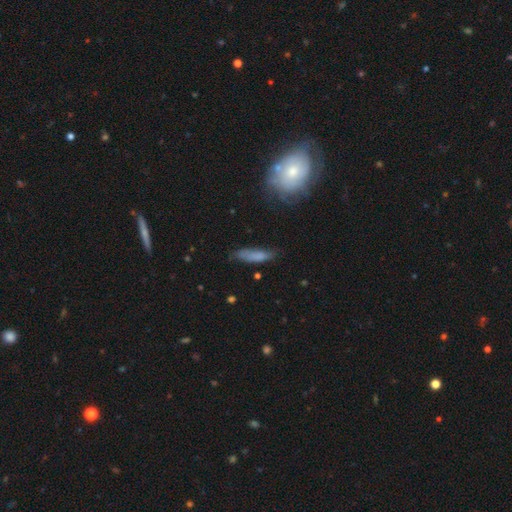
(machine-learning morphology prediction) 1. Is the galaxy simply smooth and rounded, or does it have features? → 71% smooth, 21% featured or disk, 9% star or artifact.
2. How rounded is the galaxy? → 66% cigar-shaped, 31% in between, 2% round.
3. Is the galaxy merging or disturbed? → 59% none, 29% minor disturbance, 9% major disturbance, 3% merger.